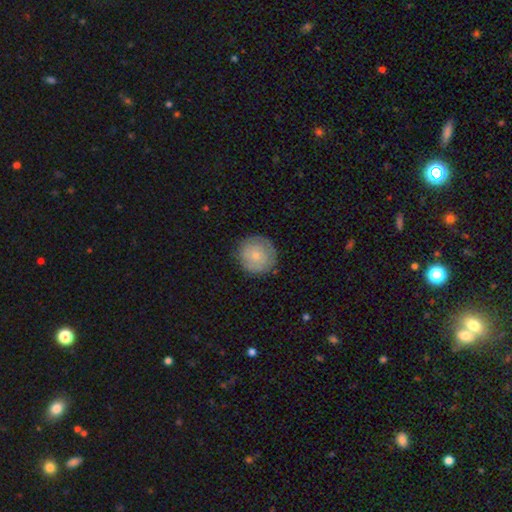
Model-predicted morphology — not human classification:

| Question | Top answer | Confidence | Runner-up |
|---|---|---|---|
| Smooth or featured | smooth | 69% | featured or disk (24%) |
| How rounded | round | 93% | in between (6%) |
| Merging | none | 81% | minor disturbance (14%) |